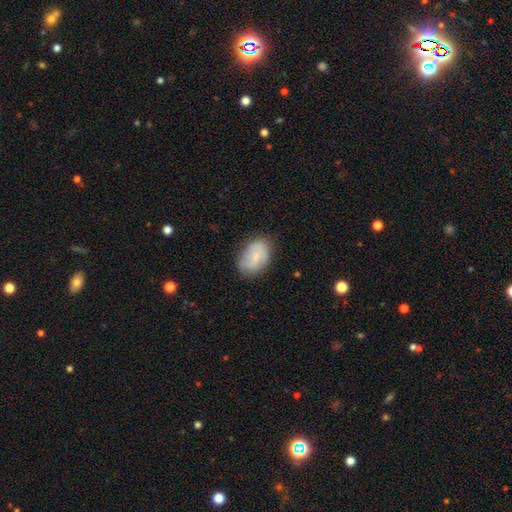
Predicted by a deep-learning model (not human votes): smooth 55%, featured or disk 38%, star or artifact 8%. Down the decision tree: how rounded — in between (84%); merging — none (75%).